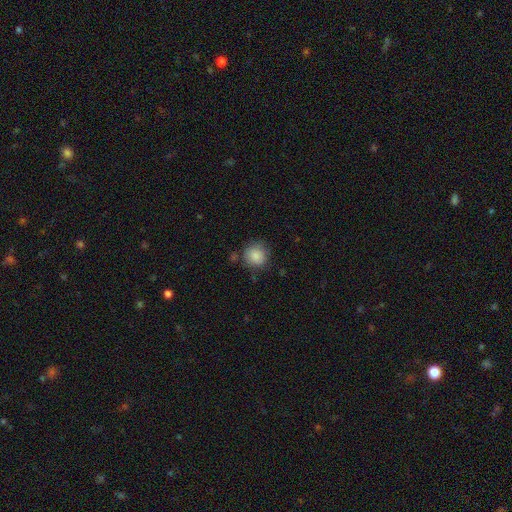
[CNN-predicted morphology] The model was most divided on "merging": none: 76%, minor disturbance: 16%, major disturbance: 4%, merger: 3%. More confident: how rounded — round (87%); smooth or featured — smooth (87%).